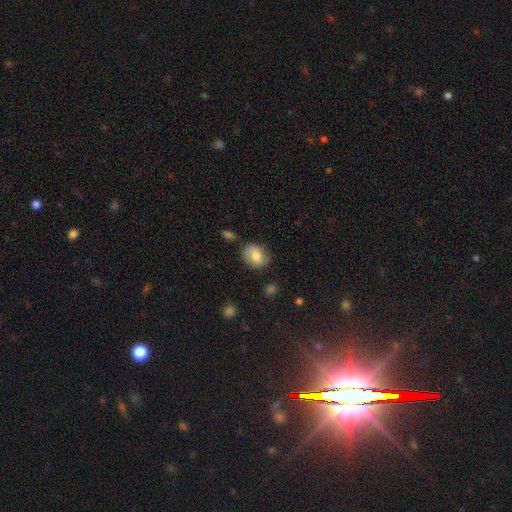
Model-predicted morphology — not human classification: smooth-or-featured: smooth: 72% | featured or disk: 20% | star or artifact: 8%
  how-rounded: round: 51% | in between: 47% | cigar-shaped: 1%
  merging: none: 71% | minor disturbance: 21% | major disturbance: 5% | merger: 3%